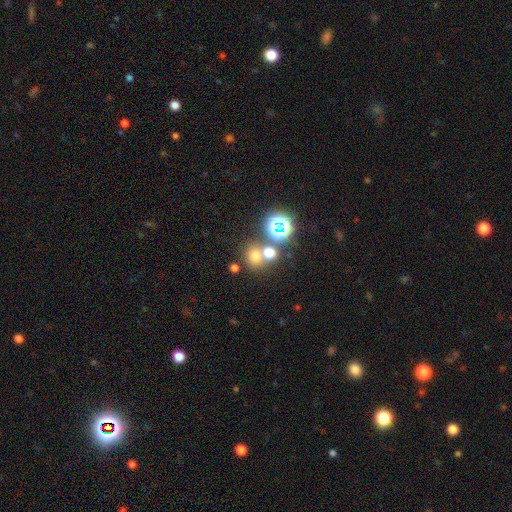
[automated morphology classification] Smooth or featured? smooth (62%)
How rounded? round (79%)
Merging? none (56%)